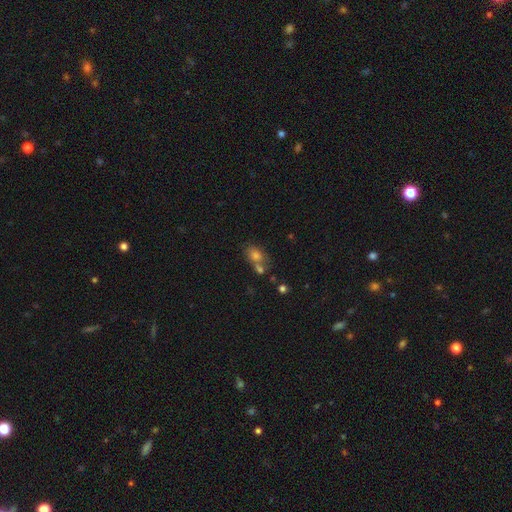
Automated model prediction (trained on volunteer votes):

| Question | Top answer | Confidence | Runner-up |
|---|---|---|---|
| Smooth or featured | smooth | 75% | star or artifact (13%) |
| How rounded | in between | 71% | round (28%) |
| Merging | none | 42% | merger (39%) |